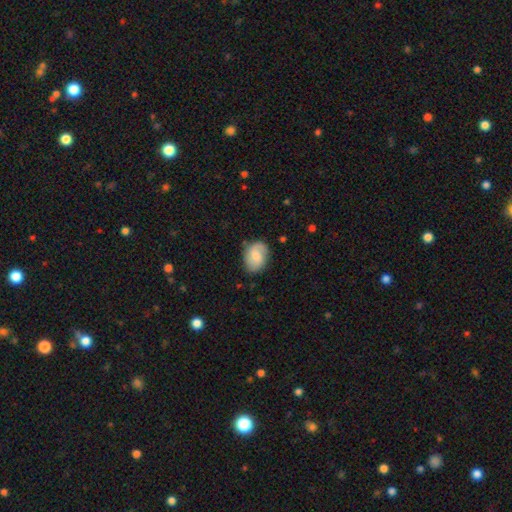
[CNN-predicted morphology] smooth_or_featured: smooth (p=0.52) [alt: featured or disk p=0.41]
how_rounded: in between (p=0.66) [alt: round p=0.32]
merging: none (p=0.74) [alt: minor disturbance p=0.20]